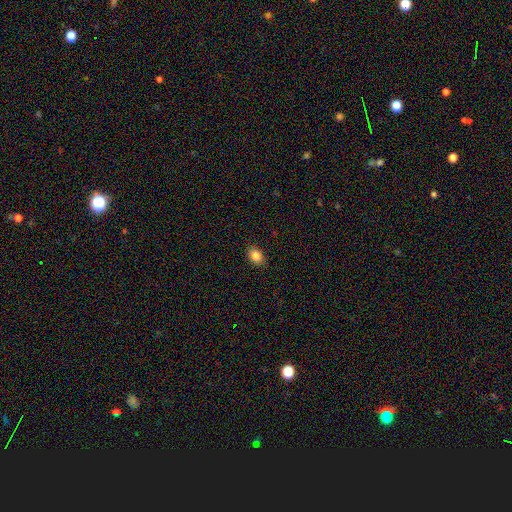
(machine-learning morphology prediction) This appears to be a smooth galaxy with no disk features (85%) that is in between round and cigar-shaped (79%). Merging: none (89%).